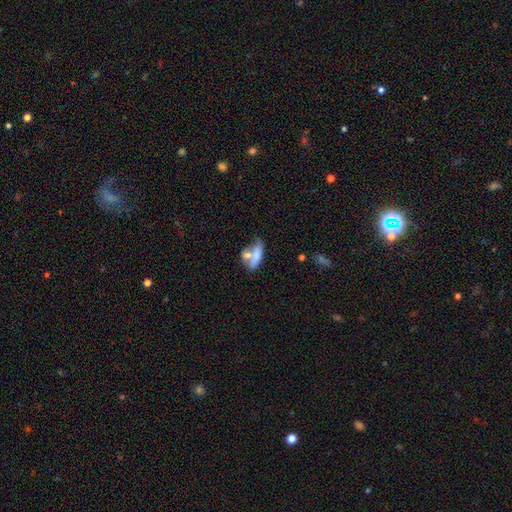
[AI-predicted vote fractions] Smooth or featured: smooth — 67% (featured or disk — 25%)
How rounded: in between — 69% (cigar-shaped — 25%)
Merging: merger — 46% (none — 30%)